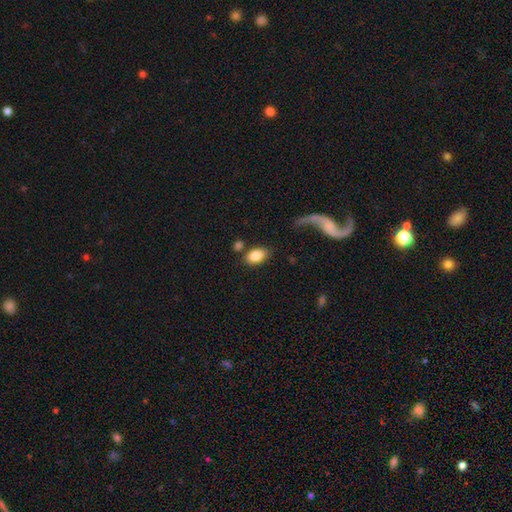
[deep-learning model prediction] Smooth or featured? Predicted: smooth (p=0.86). How rounded? Predicted: in between (p=0.90). Merging? Predicted: none (p=0.70).